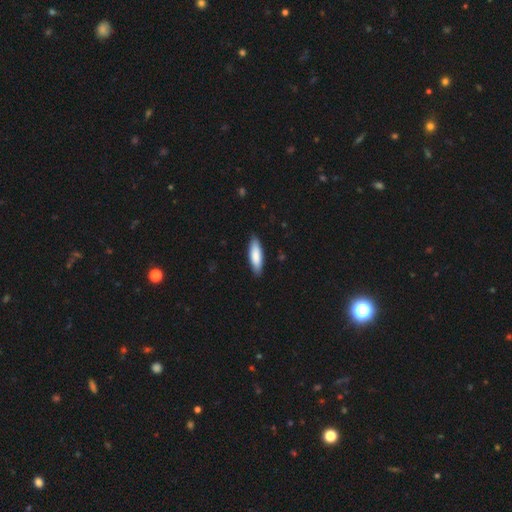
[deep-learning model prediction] This is clearly a smooth galaxy (84%). How rounded: possibly cigar-shaped (50%). Merging: clearly none (86%).